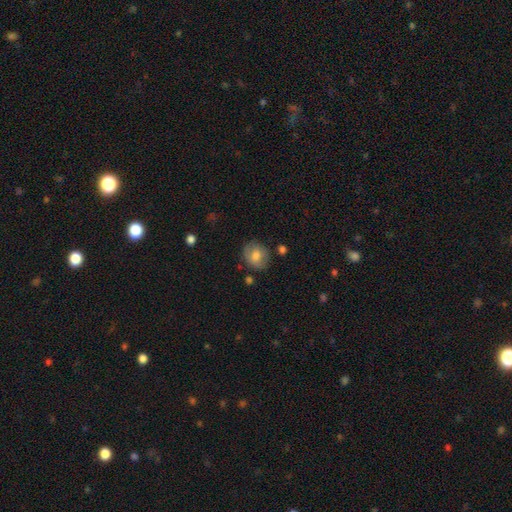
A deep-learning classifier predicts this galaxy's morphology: Overall: smooth (70%). How rounded: round (69%; in between 31%). Merging: none (74%).